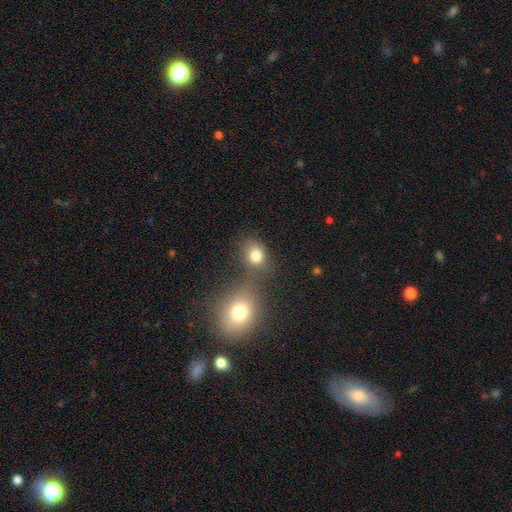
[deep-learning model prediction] A smooth galaxy with no disk features (79%) that is round (62%).

Vote fractions:
- Smooth or featured? smooth: 79% / star or artifact: 13% / featured or disk: 8%
- How rounded? round: 62% / in between: 37% / cigar-shaped: 1%
- Merging? none: 49% / merger: 36% / minor disturbance: 10% / major disturbance: 5%